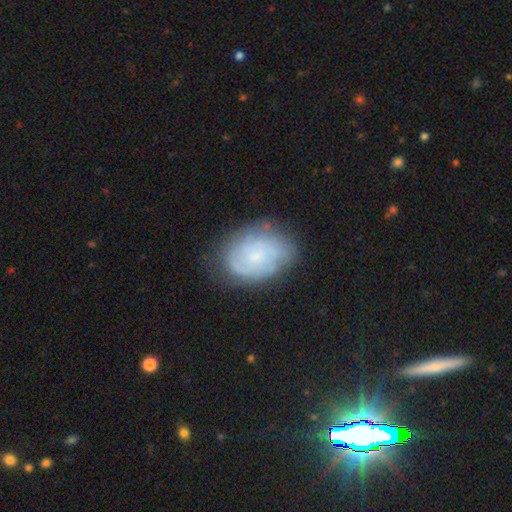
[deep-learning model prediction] Smooth or featured? Predicted: featured or disk (p=0.55). Edge-on disk? Predicted: no (p=0.97). Bar? Predicted: no (p=0.77). Spiral arms? Predicted: yes (p=0.83). Bulge size? Predicted: small (p=0.69). Merging? Predicted: none (p=0.69).